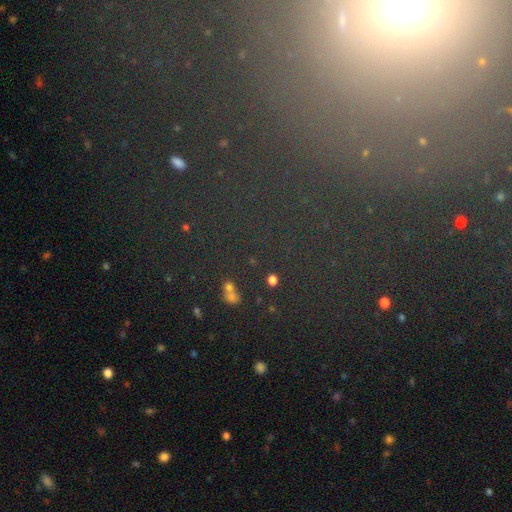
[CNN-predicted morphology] star or artifact 67%, smooth 18%, featured or disk 15%.